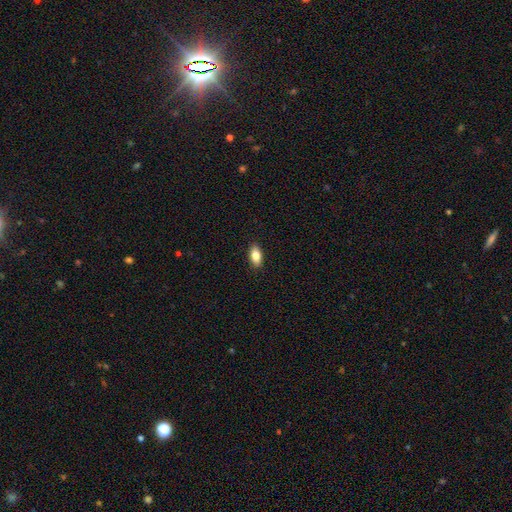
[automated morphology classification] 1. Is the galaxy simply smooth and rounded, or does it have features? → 82% smooth, 11% featured or disk, 7% star or artifact.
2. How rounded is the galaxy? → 89% in between, 7% cigar-shaped, 4% round.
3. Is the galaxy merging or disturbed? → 90% none, 7% minor disturbance, 2% major disturbance, 1% merger.